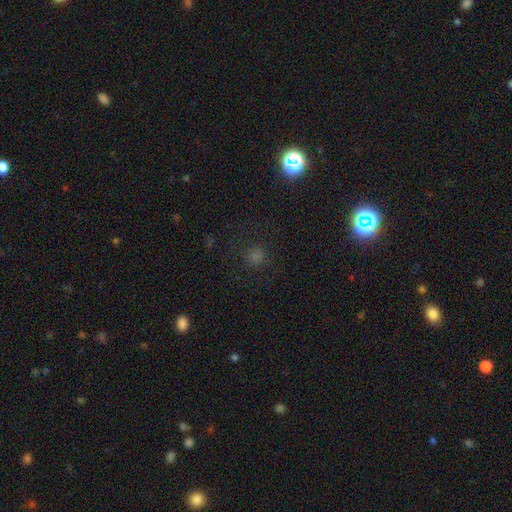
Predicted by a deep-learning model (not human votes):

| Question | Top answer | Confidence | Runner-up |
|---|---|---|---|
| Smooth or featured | smooth | 53% | star or artifact (39%) |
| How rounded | round | 92% | in between (7%) |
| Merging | none | 85% | minor disturbance (9%) |